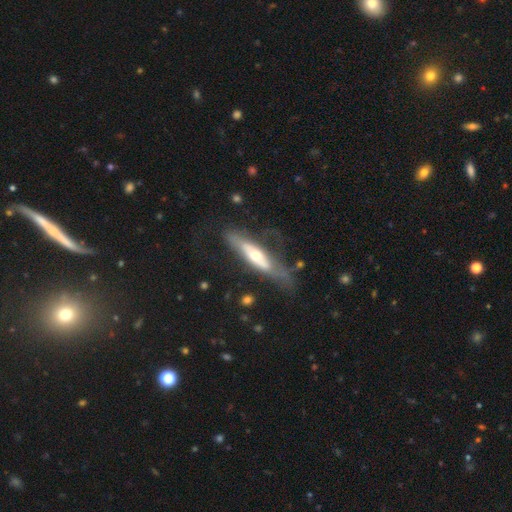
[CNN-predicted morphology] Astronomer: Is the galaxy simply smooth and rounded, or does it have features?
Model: featured or disk — 61%.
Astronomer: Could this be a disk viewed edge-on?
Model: no — 50%, tied with yes at 50%.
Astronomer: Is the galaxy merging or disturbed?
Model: none — 51%.